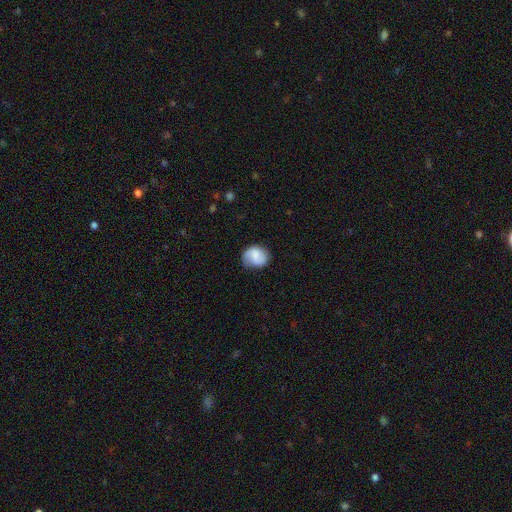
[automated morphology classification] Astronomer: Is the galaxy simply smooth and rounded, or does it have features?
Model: smooth — 54% (runner-up: featured or disk, 39%).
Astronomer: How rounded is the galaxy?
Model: round — 68%.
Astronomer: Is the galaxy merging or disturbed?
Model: none — 69%.